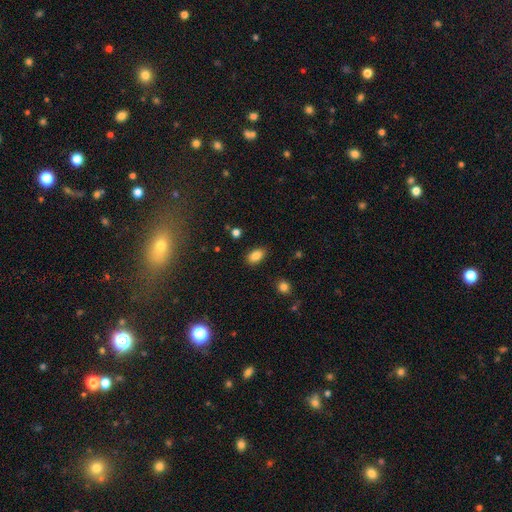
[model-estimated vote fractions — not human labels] Morphology: type=smooth (85%); roundness=in between (89%); merging=none (86%).